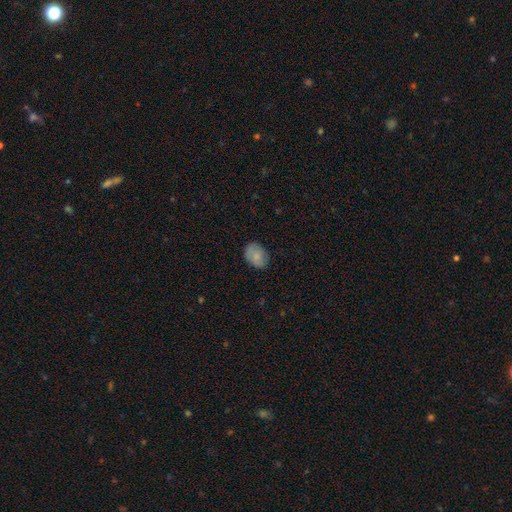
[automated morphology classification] smooth_or_featured: smooth (p=0.80) [alt: featured or disk p=0.13]
how_rounded: in between (p=0.71) [alt: round p=0.28]
merging: none (p=0.79) [alt: minor disturbance p=0.17]